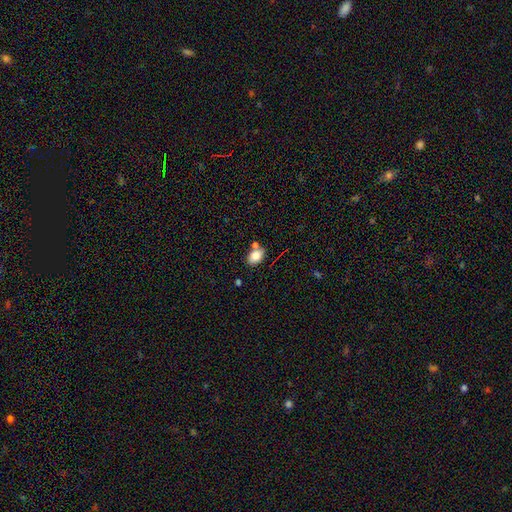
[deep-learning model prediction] smooth_or_featured: smooth (p=0.83) [alt: star or artifact p=0.09]
how_rounded: in between (p=0.79) [alt: round p=0.19]
merging: none (p=0.60) [alt: merger p=0.21]